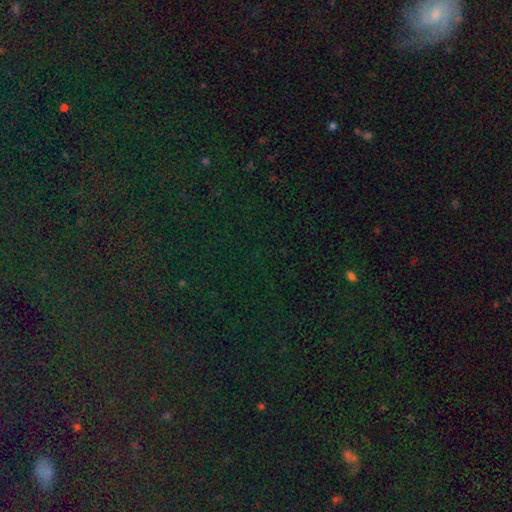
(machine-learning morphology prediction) This is clearly a star or artifact rather than a galaxy (82%).